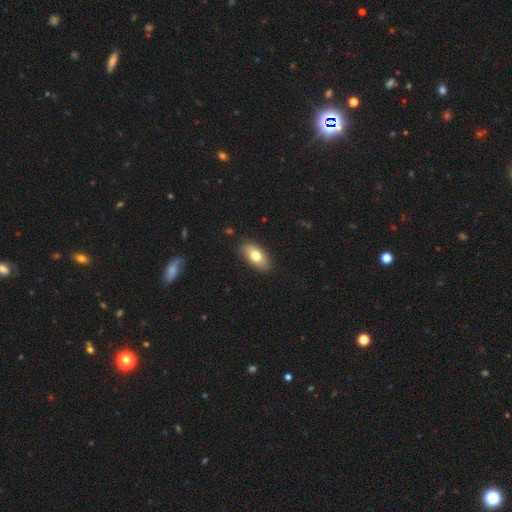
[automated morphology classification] A smooth galaxy with no disk features (74%) that is in between round and cigar-shaped (88%). Merging: none (86%).